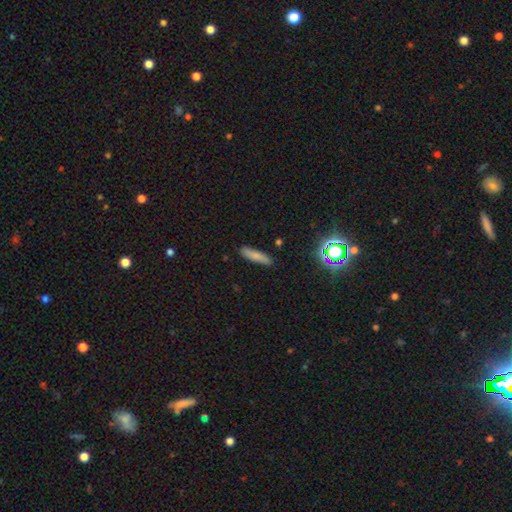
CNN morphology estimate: Smooth or featured: smooth — 77% (featured or disk — 13%)
How rounded: cigar-shaped — 77% (in between — 21%)
Merging: none — 86% (minor disturbance — 10%)